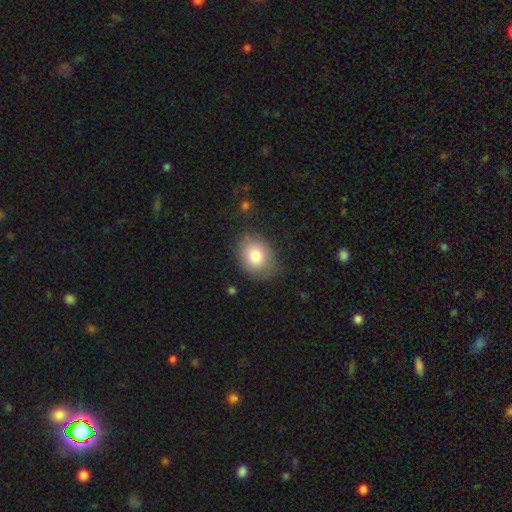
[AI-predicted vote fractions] smooth_or_featured: smooth (p=0.80) [alt: featured or disk p=0.12]
how_rounded: in between (p=0.53) [alt: round p=0.46]
merging: none (p=0.75) [alt: minor disturbance p=0.18]